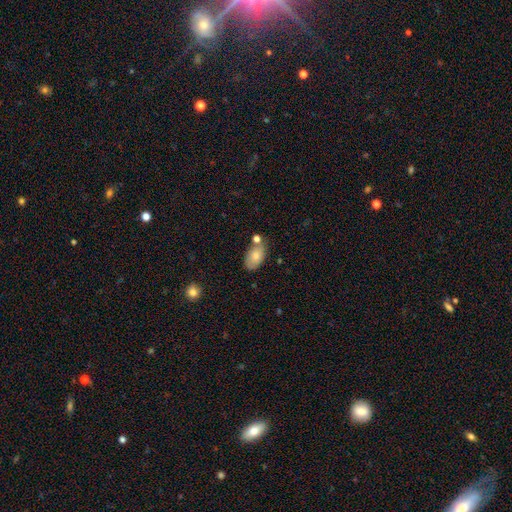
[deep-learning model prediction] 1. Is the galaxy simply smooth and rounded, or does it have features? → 76% smooth, 17% featured or disk, 7% star or artifact.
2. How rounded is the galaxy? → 92% in between, 6% round, 2% cigar-shaped.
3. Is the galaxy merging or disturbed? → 61% none, 19% minor disturbance, 15% merger, 5% major disturbance.